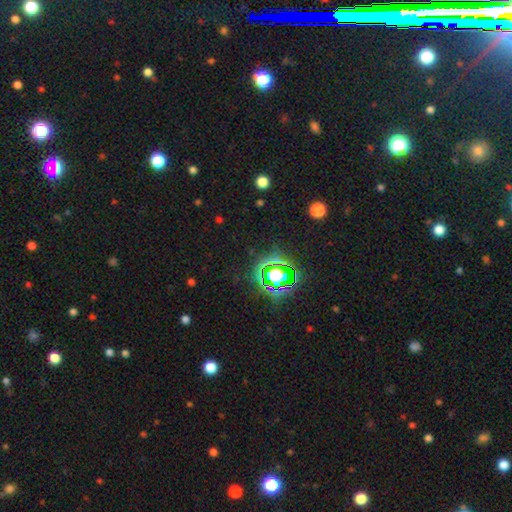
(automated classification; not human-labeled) A star or artifact, not a galaxy (77%).

Vote fractions:
- Smooth or featured? star or artifact: 77% / smooth: 15% / featured or disk: 7%